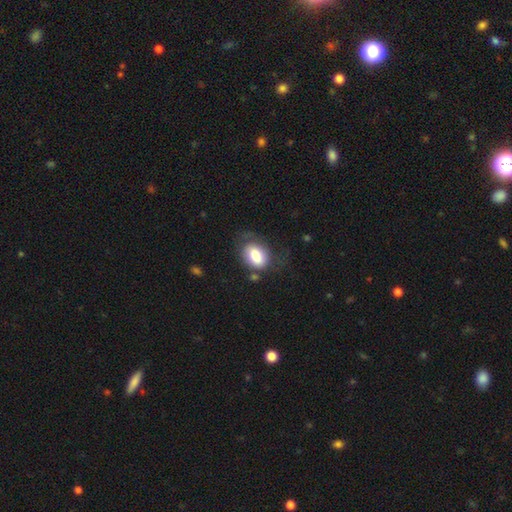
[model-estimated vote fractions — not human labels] smooth_or_featured: smooth (p=0.77) [alt: featured or disk p=0.15]
how_rounded: in between (p=0.83) [alt: round p=0.16]
merging: none (p=0.50) [alt: minor disturbance p=0.27]